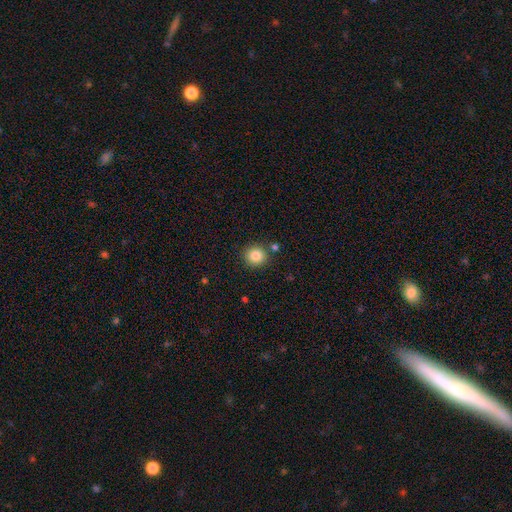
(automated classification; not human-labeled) A smooth galaxy with no disk features (84%) that is round (91%). Merging: none (85%).